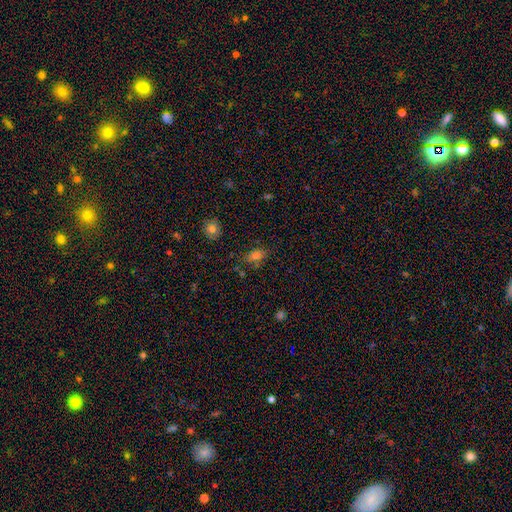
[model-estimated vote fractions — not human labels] smooth 77%, star or artifact 16%, featured or disk 7%. Down the decision tree: how rounded — in between (76%); merging — none (74%).